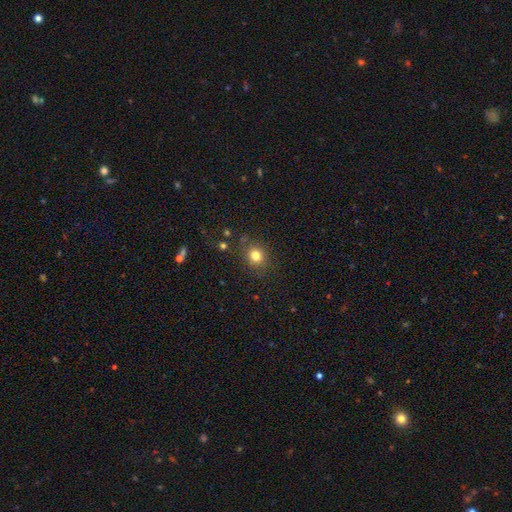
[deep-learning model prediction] Q: Smooth or featured?
A: smooth (80%); runner-up: star or artifact (14%)
Q: How rounded?
A: round (78%); runner-up: in between (21%)
Q: Merging?
A: none (83%); runner-up: minor disturbance (11%)